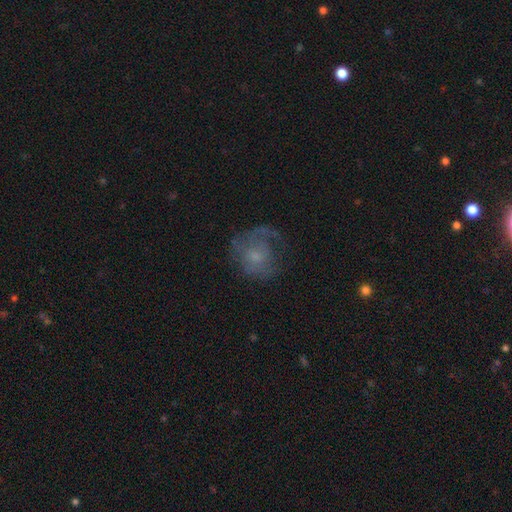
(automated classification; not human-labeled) The model was most divided on "smooth or featured": featured or disk: 49%, smooth: 40%, star or artifact: 11%. Remaining: merging — none (48%).